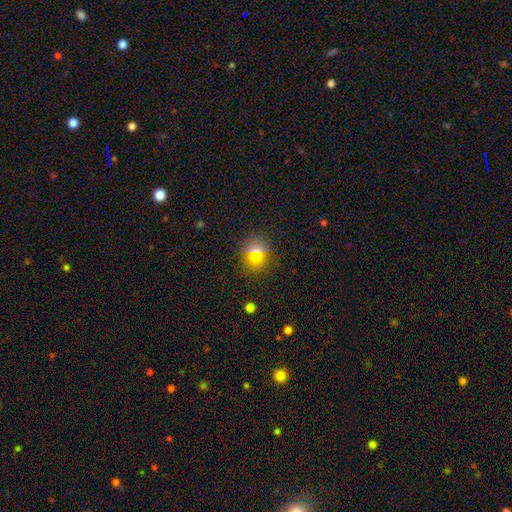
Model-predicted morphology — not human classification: Smooth or featured? smooth (68%)
How rounded? round (85%)
Merging? none (84%)